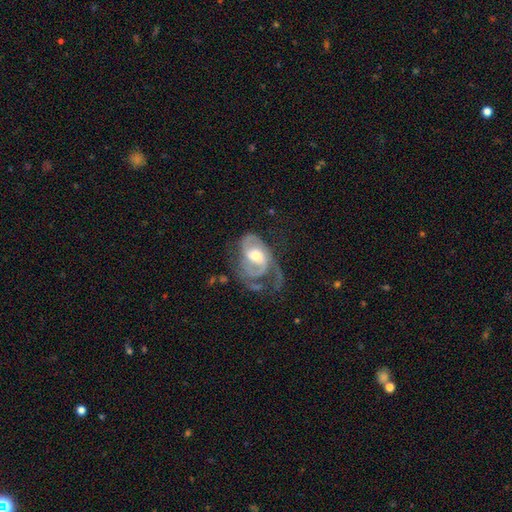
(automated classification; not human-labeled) A featured or disk galaxy (82%) with no bar (42%, tied with weak), 2 (53%) medium (45%) spiral arms (91%) and a moderate central bulge (61%).

Vote fractions:
- Smooth or featured? featured or disk: 82% / smooth: 13% / star or artifact: 5%
- Edge-on disk? no: 97% / yes: 3%
- Bar? no: 42% (tied) / weak: 42% (tied) / strong: 16%
- Spiral arms? yes: 91% / no: 9%
- Spiral winding? medium: 45% / tight: 28% / loose: 27%
- Spiral arm count? 2: 53% / 1: 16% / can't tell: 15% / 3: 12% / 4: 3% / more than 4: 2%
- Bulge size? moderate: 61% / small: 30% / large: 7% / none: 1% / dominant: 1%
- Merging? major disturbance: 44% / none: 32% / minor disturbance: 20% / merger: 4%